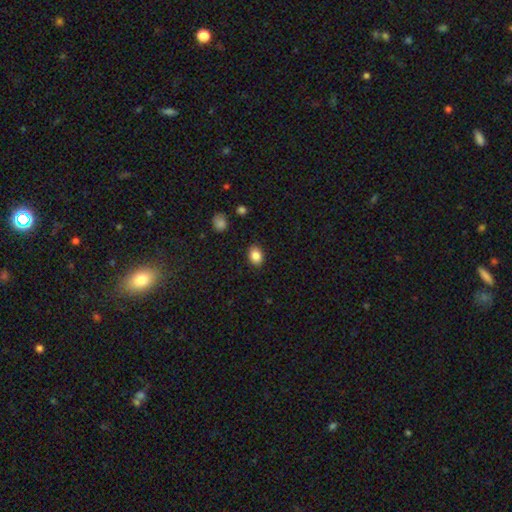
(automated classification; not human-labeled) Morphology: type=smooth (86%); roundness=in between (69%); merging=none (88%).